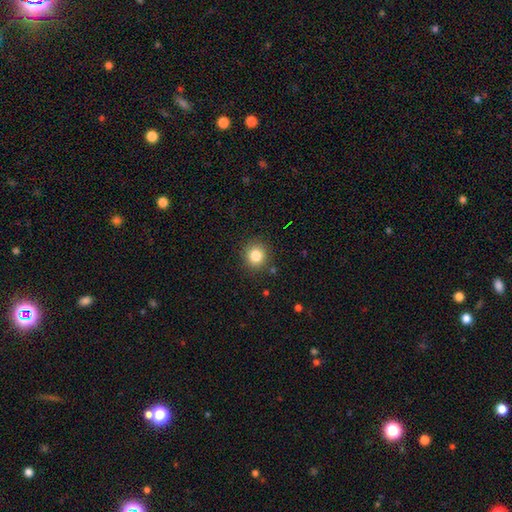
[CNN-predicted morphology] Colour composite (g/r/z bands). It shows a smooth galaxy with no disk features (84%) that is round (89%). Merging: none (88%).